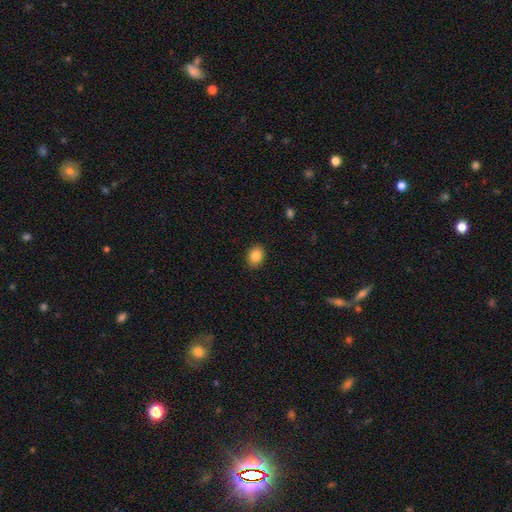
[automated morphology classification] This appears to be a smooth galaxy with no disk features (86%) that is in between round and cigar-shaped (66%). Merging: none (89%).